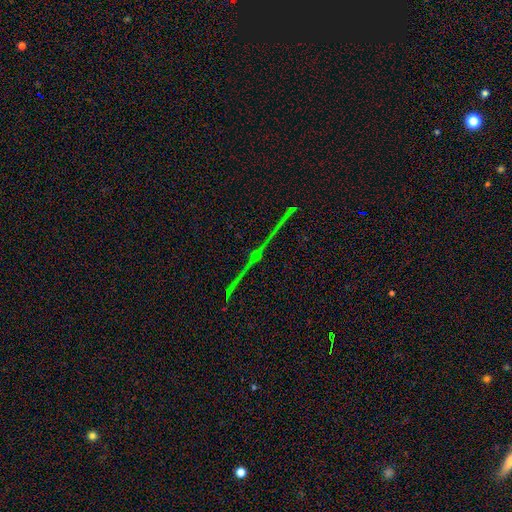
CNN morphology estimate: Smooth or featured: star or artifact — 58% (featured or disk — 32%)